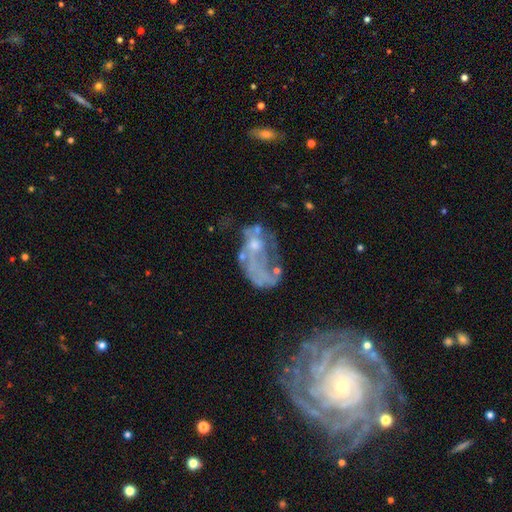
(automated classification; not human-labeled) This appears to be a featured or disk galaxy (70%) with no bar (79%), spiral arms (64%) and a small central bulge (56%). Merging: none (36%).